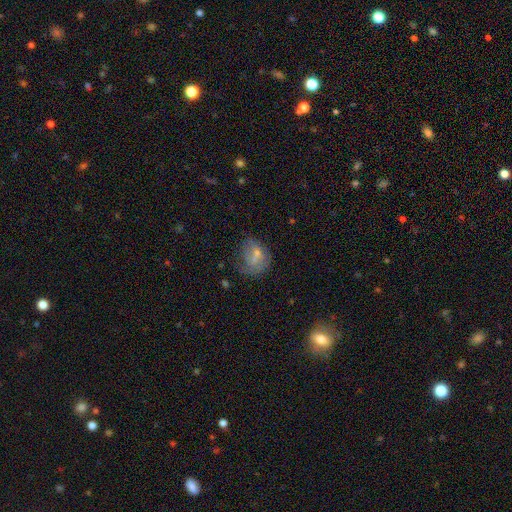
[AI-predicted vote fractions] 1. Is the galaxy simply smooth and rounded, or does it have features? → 59% smooth, 30% featured or disk, 11% star or artifact.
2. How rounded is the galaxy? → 53% in between, 45% round, 2% cigar-shaped.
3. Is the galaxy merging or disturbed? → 41% none, 26% minor disturbance, 23% major disturbance, 10% merger.